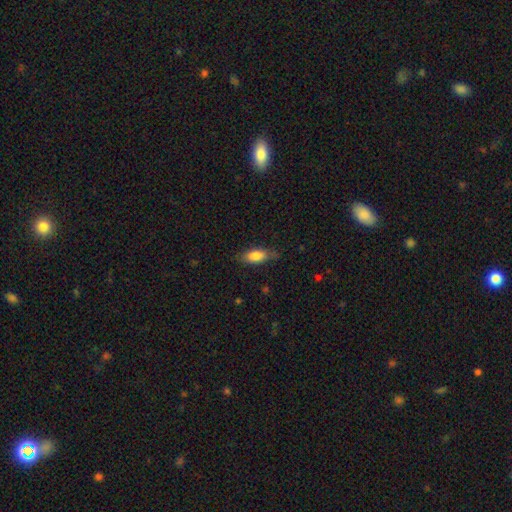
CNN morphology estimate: smooth_or_featured: smooth (p=0.79) [alt: featured or disk p=0.14]
how_rounded: in between (p=0.77) [alt: cigar-shaped p=0.20]
merging: none (p=0.72) [alt: minor disturbance p=0.21]